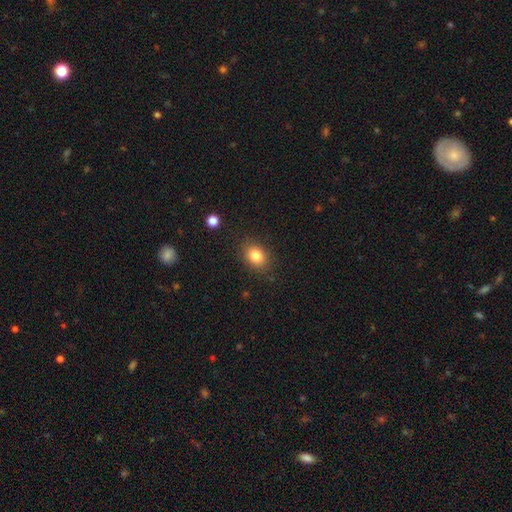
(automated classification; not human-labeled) A smooth galaxy with no disk features (83%) that is in between round and cigar-shaped (62%). Merging: none (85%).